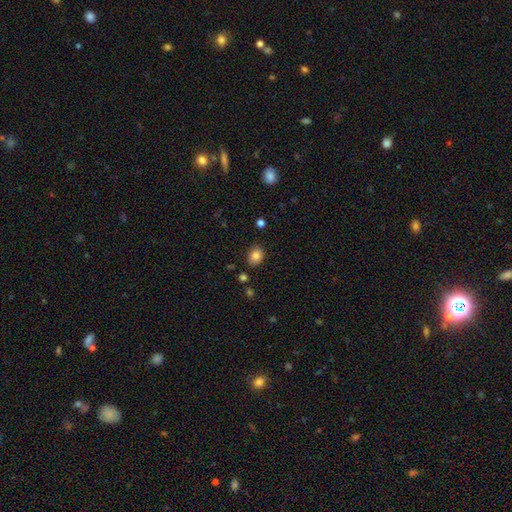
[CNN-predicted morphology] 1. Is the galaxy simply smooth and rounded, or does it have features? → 83% smooth, 10% star or artifact, 6% featured or disk.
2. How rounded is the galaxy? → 50% round (tied), 50% in between (tied), 1% cigar-shaped.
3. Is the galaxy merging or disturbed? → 83% none, 12% minor disturbance, 3% major disturbance, 2% merger.